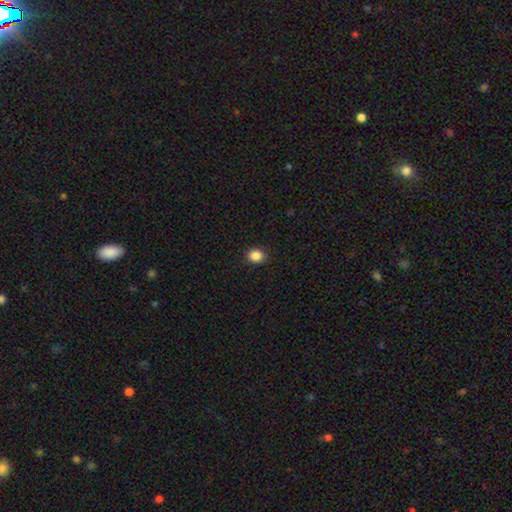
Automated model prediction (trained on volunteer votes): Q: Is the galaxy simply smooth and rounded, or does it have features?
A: smooth — 87%.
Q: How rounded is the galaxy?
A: round — 66%.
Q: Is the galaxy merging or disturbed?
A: none — 91%.